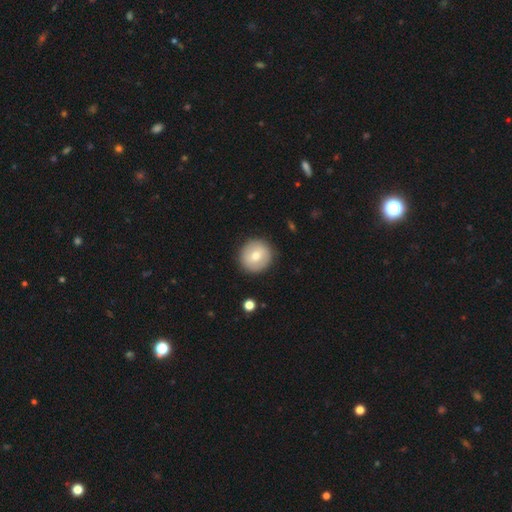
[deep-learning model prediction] A smooth galaxy with no disk features (70%) that is round (94%). Merging: none (90%).